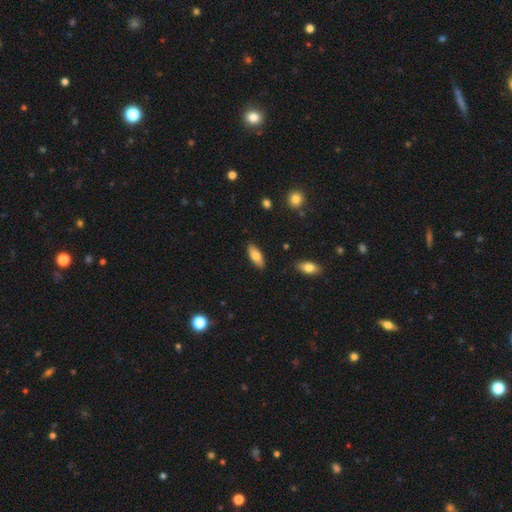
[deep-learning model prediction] Overall: smooth (80%). How rounded: in between (78%). Merging: none (87%).